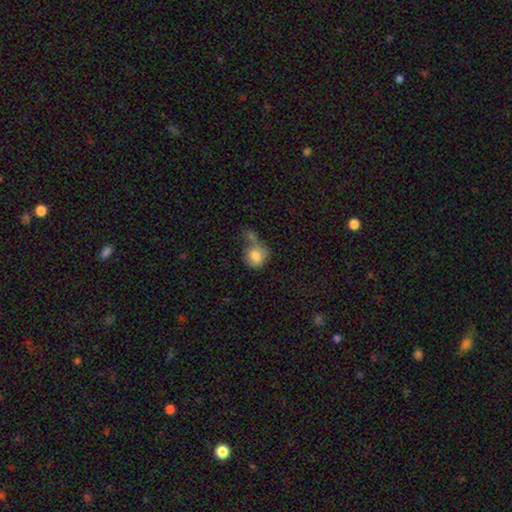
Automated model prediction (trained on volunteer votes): smooth-or-featured: smooth: 80% | featured or disk: 12% | star or artifact: 8%
  how-rounded: round: 74% | in between: 24% | cigar-shaped: 1%
  merging: merger: 33% (tied) | none: 33% (tied) | minor disturbance: 19% | major disturbance: 15%